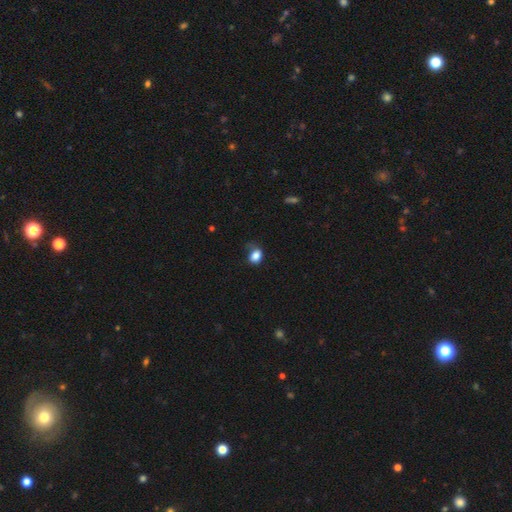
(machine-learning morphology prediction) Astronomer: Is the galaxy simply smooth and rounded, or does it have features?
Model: smooth — 84%.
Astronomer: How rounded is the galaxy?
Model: in between — 65%.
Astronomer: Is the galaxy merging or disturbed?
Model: none — 49% (runner-up: minor disturbance, 33%).